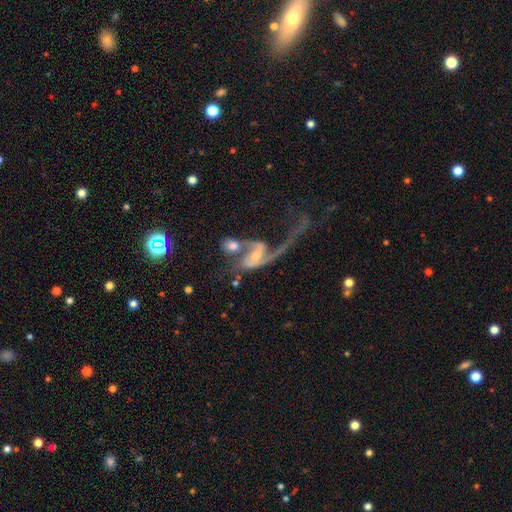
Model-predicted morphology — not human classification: Overall: featured or disk (83%). Edge-on disk: no (95%). Bar: no (45%; weak 37%). Spiral arms: yes (90%). Spiral arm count: 2 (61%; 1 29%). Spiral winding: loose (71%). Bulge size: small (51%; moderate 41%). Merging: merger (48%; major disturbance 27%).